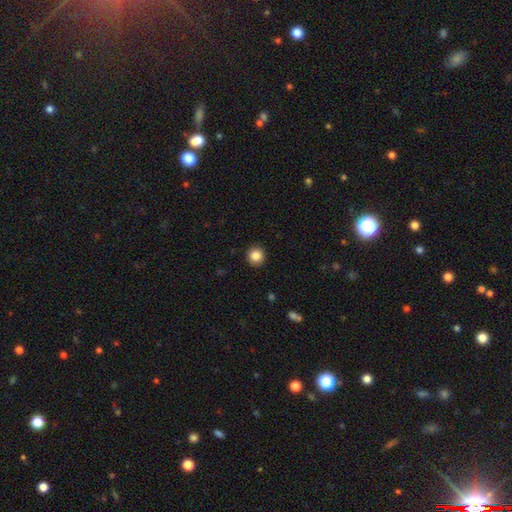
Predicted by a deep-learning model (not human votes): Morphology: type=smooth (86%); roundness=round (93%); merging=none (92%).